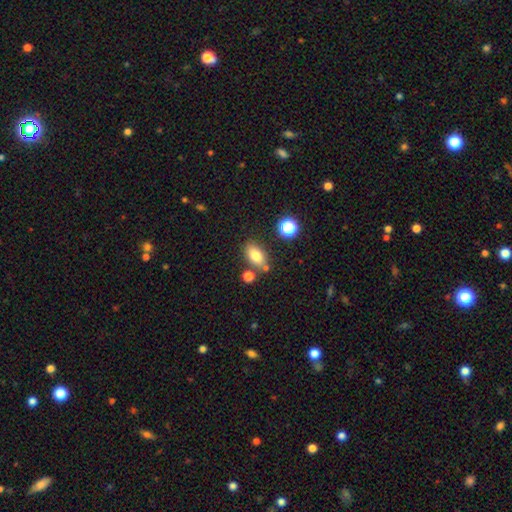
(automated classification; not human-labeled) The model was most divided on "merging": none: 73%, minor disturbance: 13%, merger: 11%, major disturbance: 4%. More confident: how rounded — in between (84%); smooth or featured — smooth (79%).